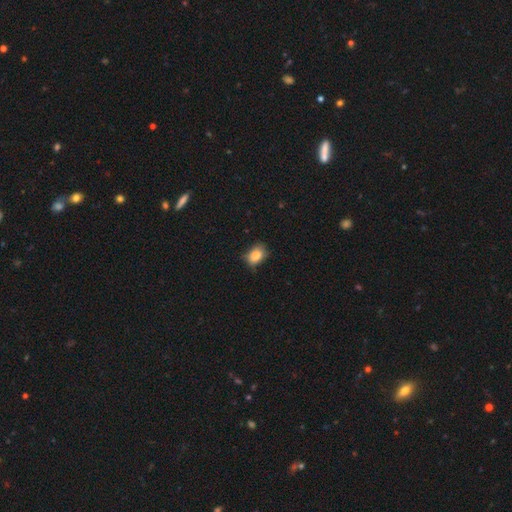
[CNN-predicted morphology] Smooth or featured: smooth — 83% (star or artifact — 9%)
How rounded: in between — 72% (round — 27%)
Merging: none — 70% (minor disturbance — 25%)